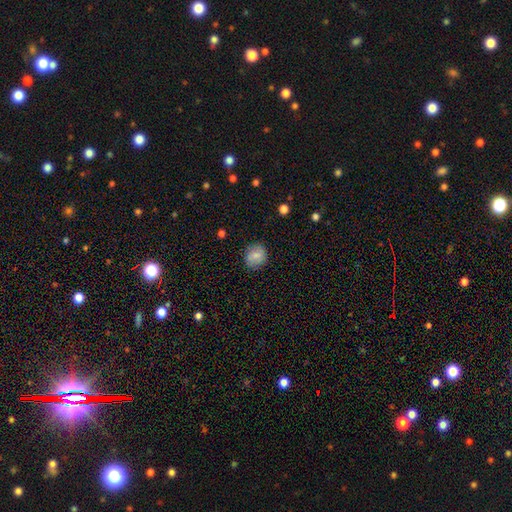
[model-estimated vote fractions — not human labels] This appears to be a smooth galaxy with no disk features (81%) that is round (81%). Merging: none (84%).